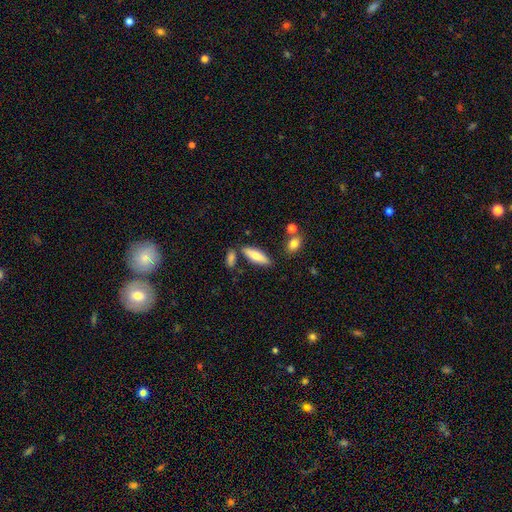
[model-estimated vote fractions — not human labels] A smooth galaxy with no disk features (74%) that is in between round and cigar-shaped (49%, tied with cigar-shaped).

Vote fractions:
- Smooth or featured? smooth: 74% / featured or disk: 20% / star or artifact: 6%
- How rounded? in between: 49% (tied) / cigar-shaped: 49% (tied) / round: 2%
- Merging? none: 75% / minor disturbance: 12% / merger: 9% / major disturbance: 3%